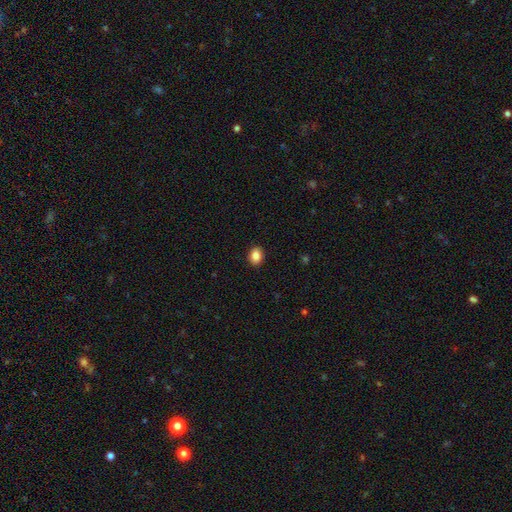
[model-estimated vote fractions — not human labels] A smooth galaxy with no disk features (86%) that is in between round and cigar-shaped (57%).

Vote fractions:
- Smooth or featured? smooth: 86% / star or artifact: 9% / featured or disk: 5%
- How rounded? in between: 57% / round: 42% / cigar-shaped: 1%
- Merging? none: 91% / minor disturbance: 6% / major disturbance: 2% / merger: 1%